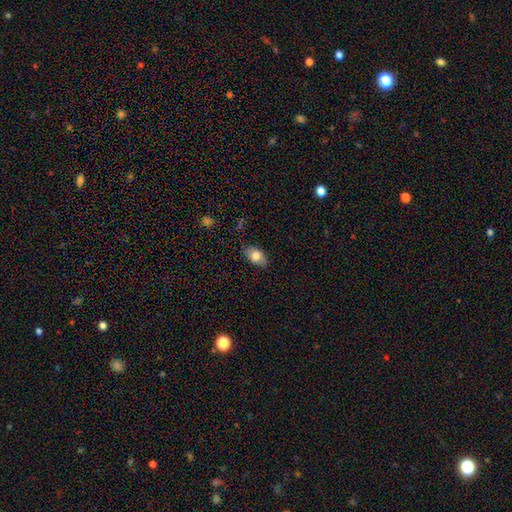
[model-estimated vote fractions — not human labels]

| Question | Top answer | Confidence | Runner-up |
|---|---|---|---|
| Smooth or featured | smooth | 77% | featured or disk (15%) |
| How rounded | in between | 89% | round (9%) |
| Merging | none | 79% | minor disturbance (16%) |